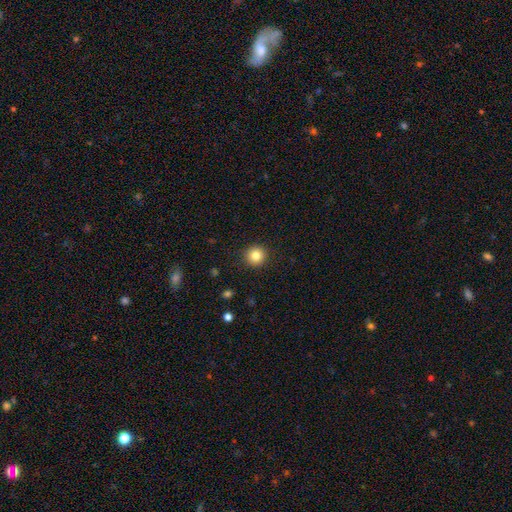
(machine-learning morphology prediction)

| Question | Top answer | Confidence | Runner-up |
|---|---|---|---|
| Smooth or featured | smooth | 83% | star or artifact (11%) |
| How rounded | round | 94% | in between (5%) |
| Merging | none | 92% | minor disturbance (5%) |